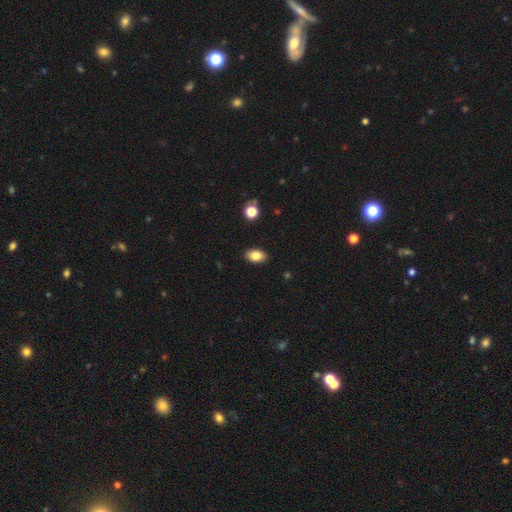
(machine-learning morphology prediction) A smooth galaxy with no disk features (84%) that is in between round and cigar-shaped (89%).

Vote fractions:
- Smooth or featured? smooth: 84% / star or artifact: 9% / featured or disk: 8%
- How rounded? in between: 89% / round: 10% / cigar-shaped: 2%
- Merging? none: 89% / minor disturbance: 8% / major disturbance: 2% / merger: 1%